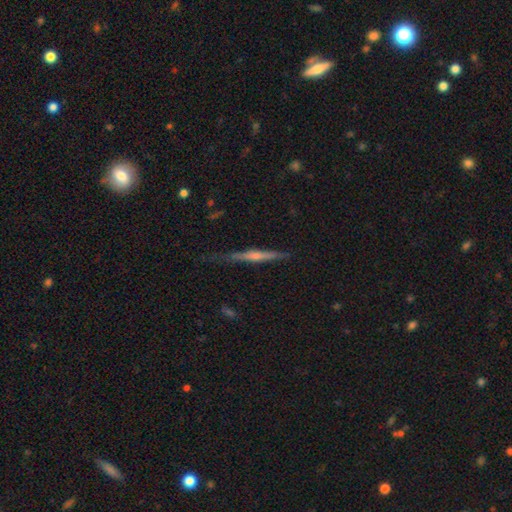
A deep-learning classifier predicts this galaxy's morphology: Smooth or featured? Predicted: featured or disk (p=0.74). Edge-on disk? Predicted: yes (p=0.97). Edge-on bulge? Predicted: rounded (p=0.70). Merging? Predicted: none (p=0.83).